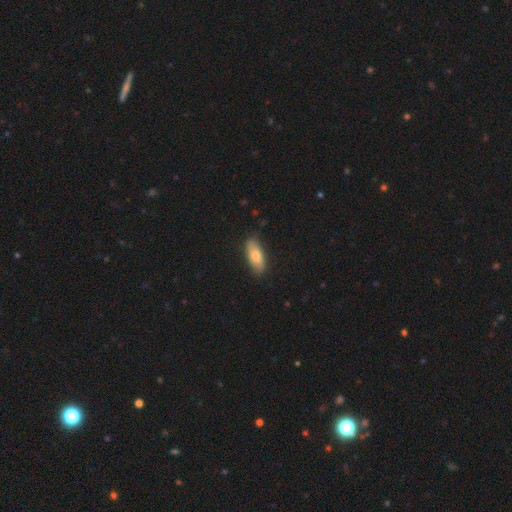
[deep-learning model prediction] A smooth galaxy with no disk features (77%) that is in between round and cigar-shaped (69%).

Vote fractions:
- Smooth or featured? smooth: 77% / featured or disk: 17% / star or artifact: 6%
- How rounded? in between: 69% / cigar-shaped: 29% / round: 2%
- Merging? none: 84% / minor disturbance: 13% / major disturbance: 2% / merger: 1%